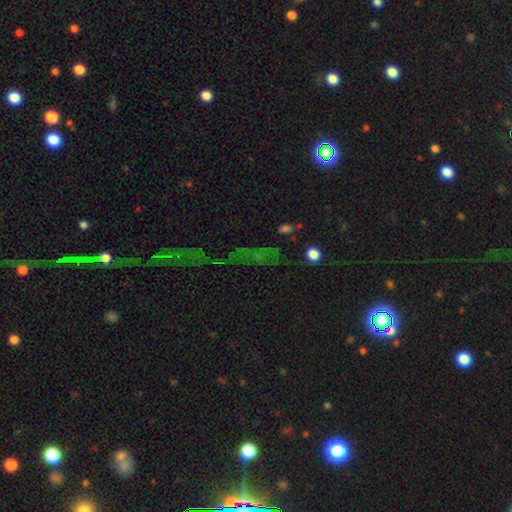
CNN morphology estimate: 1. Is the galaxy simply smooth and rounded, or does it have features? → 71% star or artifact, 16% smooth, 13% featured or disk.